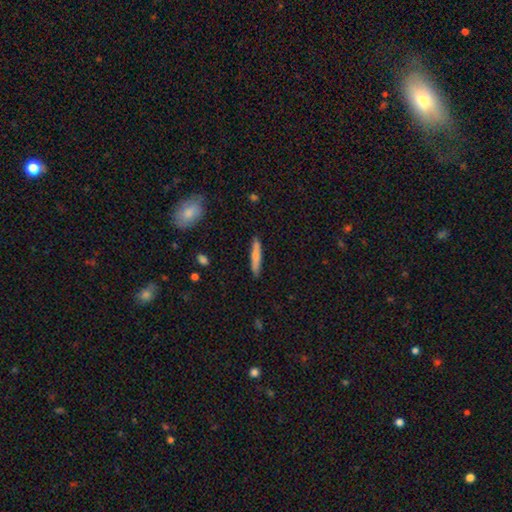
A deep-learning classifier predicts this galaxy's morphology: Smooth or featured: smooth — 72% (featured or disk — 22%)
How rounded: cigar-shaped — 91% (in between — 7%)
Merging: none — 88% (minor disturbance — 9%)